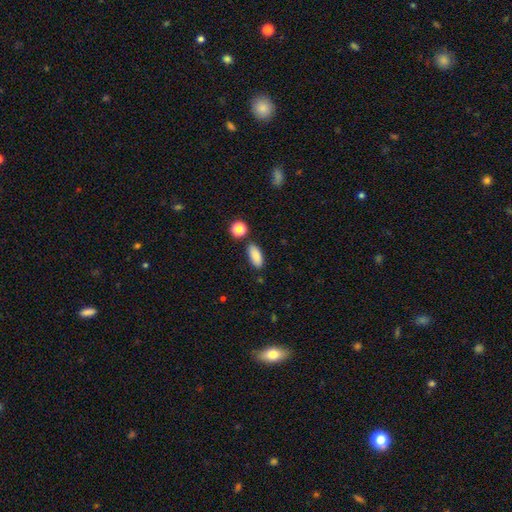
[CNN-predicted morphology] Q: Smooth or featured?
A: smooth (86%); runner-up: star or artifact (8%)
Q: How rounded?
A: in between (83%); runner-up: cigar-shaped (13%)
Q: Merging?
A: none (81%); runner-up: minor disturbance (11%)